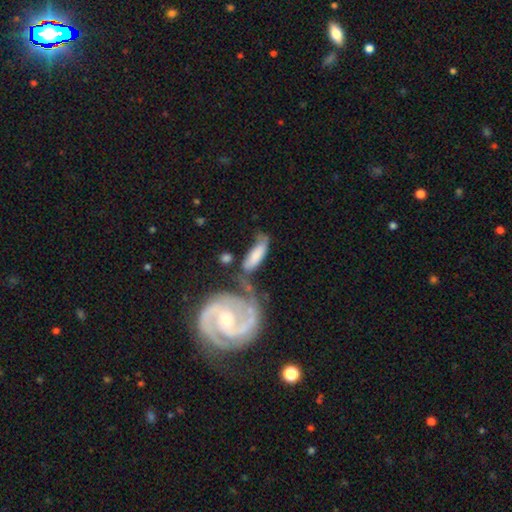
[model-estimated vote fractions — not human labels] smooth_or_featured: smooth (p=0.67) [alt: featured or disk p=0.26]
how_rounded: in between (p=0.61) [alt: cigar-shaped p=0.37]
merging: none (p=0.34) [alt: merger p=0.30]